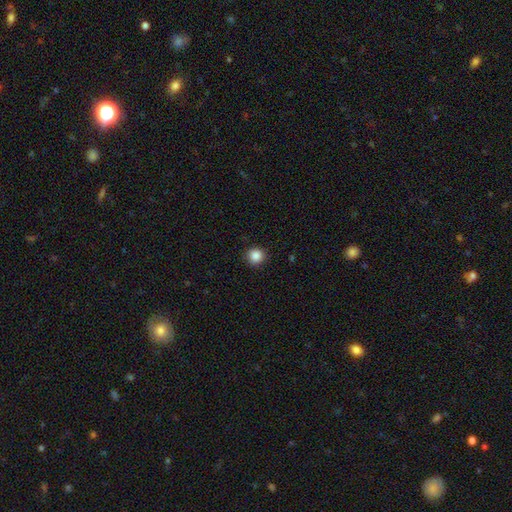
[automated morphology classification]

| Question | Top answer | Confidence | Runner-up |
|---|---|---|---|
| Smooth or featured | smooth | 87% | star or artifact (10%) |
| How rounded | round | 93% | in between (6%) |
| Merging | none | 90% | minor disturbance (7%) |